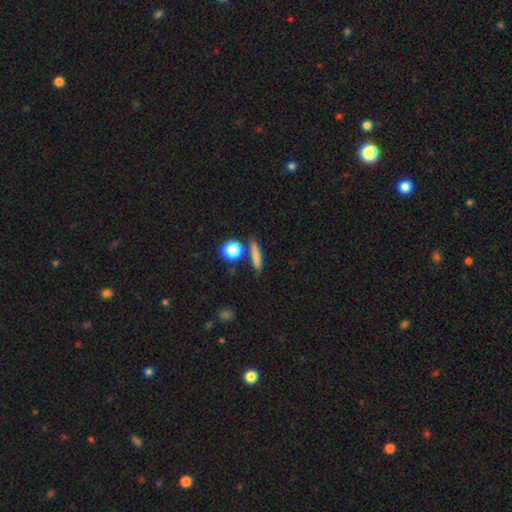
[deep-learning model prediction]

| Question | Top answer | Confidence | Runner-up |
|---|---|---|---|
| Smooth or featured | smooth | 76% | featured or disk (14%) |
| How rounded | cigar-shaped | 65% | round (19%) |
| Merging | none | 75% | minor disturbance (12%) |